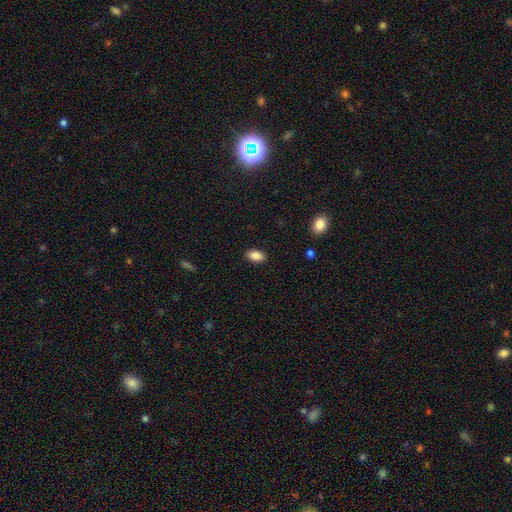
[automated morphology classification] This appears to be a smooth galaxy with no disk features (87%) that is in between round and cigar-shaped (90%). Merging: none (88%).